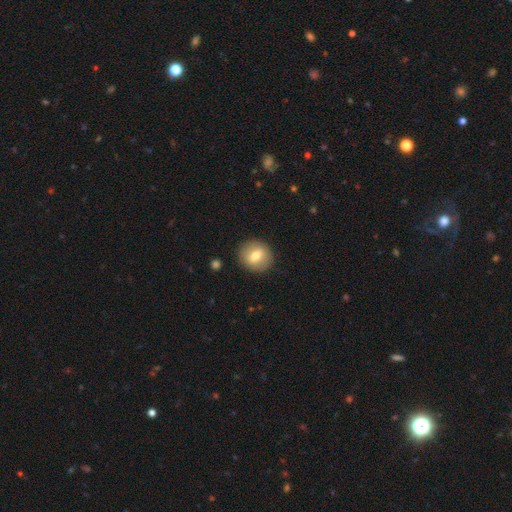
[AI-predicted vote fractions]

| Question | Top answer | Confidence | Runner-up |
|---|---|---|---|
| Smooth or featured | smooth | 68% | featured or disk (23%) |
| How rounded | round | 83% | in between (16%) |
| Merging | none | 89% | minor disturbance (8%) |